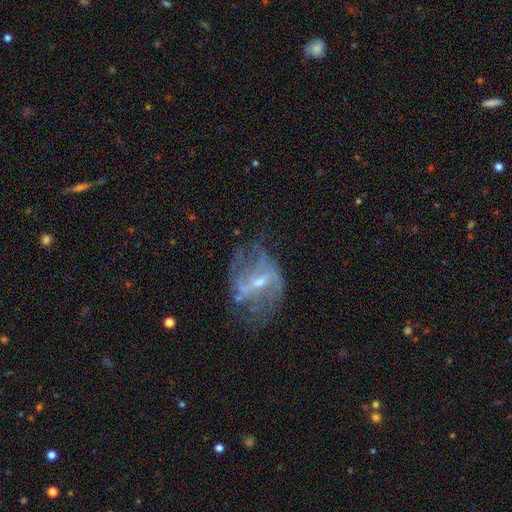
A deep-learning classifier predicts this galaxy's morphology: Smooth or featured? Predicted: featured or disk (p=0.77). Edge-on disk? Predicted: no (p=0.94). Bar? Predicted: strong (p=0.41, tied with weak). Spiral arms? Predicted: yes (p=0.72). Spiral winding? Predicted: loose (p=0.52). Spiral arm count? Predicted: 2 (p=0.58). Bulge size? Predicted: small (p=0.64). Merging? Predicted: none (p=0.55).